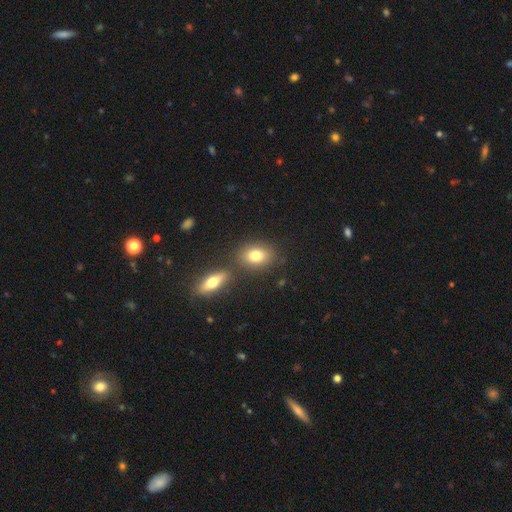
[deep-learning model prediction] Morphology: type=smooth (79%); roundness=in between (74%); merging=none (70%).